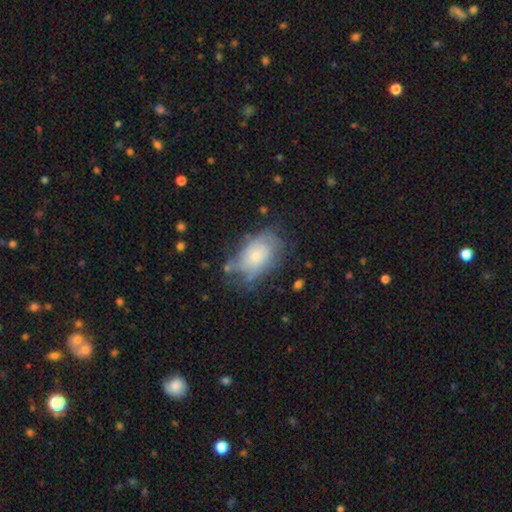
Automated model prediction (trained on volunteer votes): Smooth or featured?
  - featured or disk: 54% *
  - smooth: 38%
  - star or artifact: 8%
Edge-on disk?
  - no: 96% *
  - yes: 4%
Bar?
  - no: 82% *
  - weak: 16%
  - strong: 3%
Spiral arms?
  - yes: 75% *
  - no: 25%
Bulge size?
  - small: 62% *
  - moderate: 28%
  - large: 4%
  - none: 4%
  - dominant: 2%
Merging?
  - none: 53% *
  - minor disturbance: 28%
  - major disturbance: 16%
  - merger: 3%